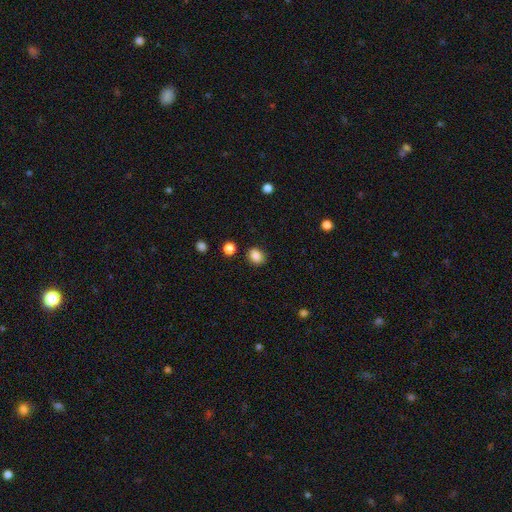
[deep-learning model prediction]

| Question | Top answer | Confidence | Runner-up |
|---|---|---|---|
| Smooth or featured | smooth | 86% | star or artifact (10%) |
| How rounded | in between | 53% | round (46%) |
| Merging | none | 83% | minor disturbance (11%) |